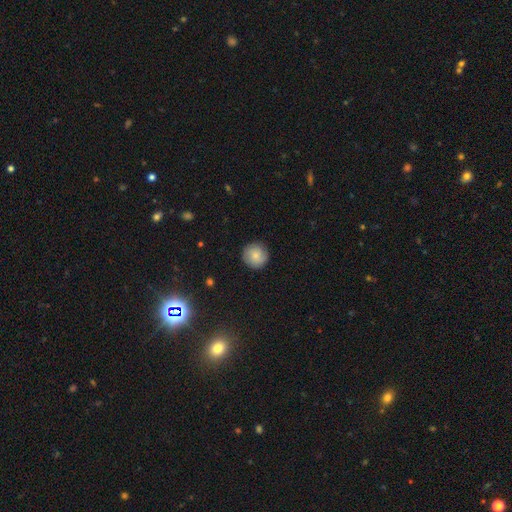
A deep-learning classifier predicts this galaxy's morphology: Smooth or featured: smooth — 80% (featured or disk — 13%)
How rounded: round — 95% (in between — 4%)
Merging: none — 90% (minor disturbance — 7%)